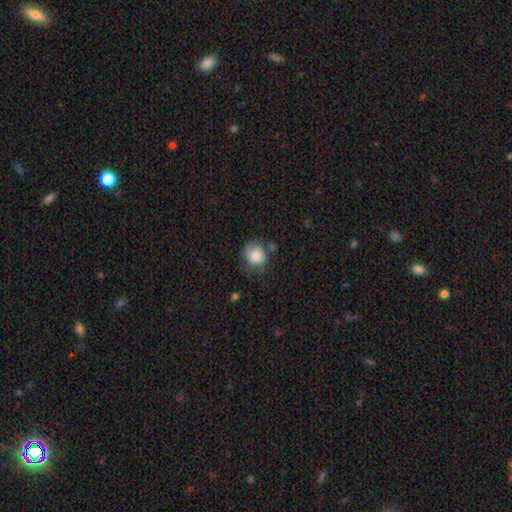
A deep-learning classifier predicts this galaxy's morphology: smooth_or_featured: smooth (p=0.79) [alt: featured or disk p=0.13]
how_rounded: round (p=0.75) [alt: in between p=0.24]
merging: none (p=0.58) [alt: minor disturbance p=0.27]